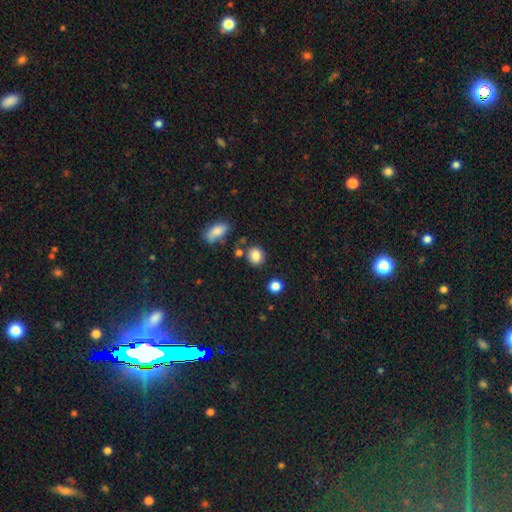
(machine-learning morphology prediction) This is clearly a smooth galaxy (85%). How rounded: likely round (70%). Merging: likely none (77%).